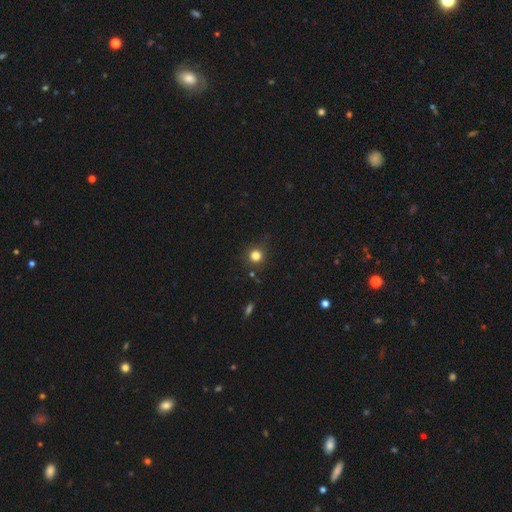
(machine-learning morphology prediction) Overall: smooth (81%). How rounded: round (91%). Merging: none (84%).